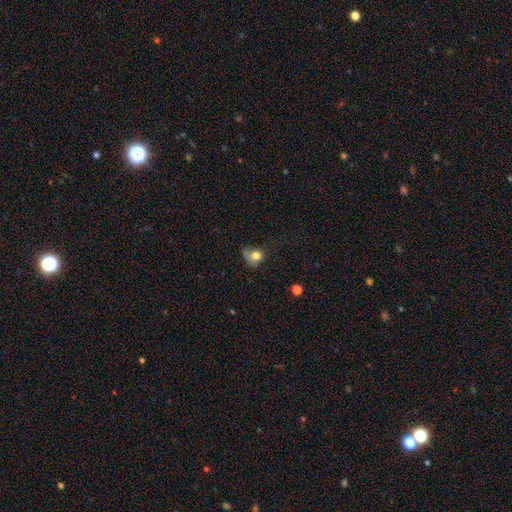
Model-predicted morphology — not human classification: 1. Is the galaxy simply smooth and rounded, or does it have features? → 74% smooth, 14% featured or disk, 12% star or artifact.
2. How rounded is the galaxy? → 56% round, 43% in between, 1% cigar-shaped.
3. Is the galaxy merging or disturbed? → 34% minor disturbance, 31% major disturbance, 30% none, 5% merger.